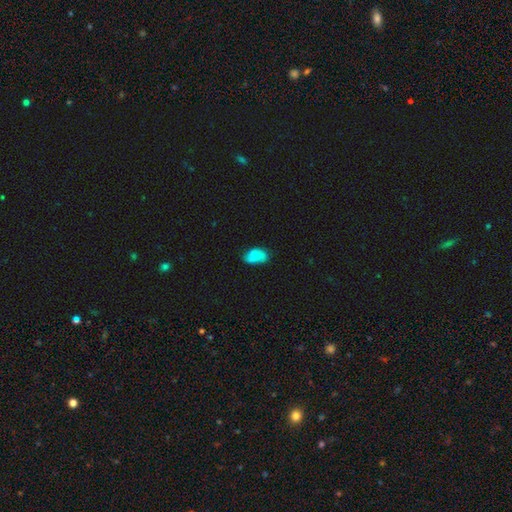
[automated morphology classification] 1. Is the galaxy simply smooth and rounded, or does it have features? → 75% smooth, 15% featured or disk, 10% star or artifact.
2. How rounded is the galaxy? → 91% in between, 7% round, 2% cigar-shaped.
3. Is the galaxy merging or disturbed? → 59% none, 30% minor disturbance, 8% major disturbance, 3% merger.